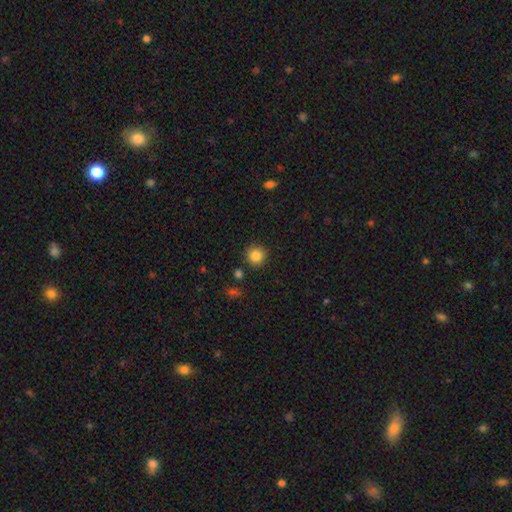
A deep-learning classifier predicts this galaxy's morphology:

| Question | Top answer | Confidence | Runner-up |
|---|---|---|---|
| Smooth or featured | smooth | 86% | star or artifact (10%) |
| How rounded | round | 93% | in between (6%) |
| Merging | none | 88% | minor disturbance (7%) |